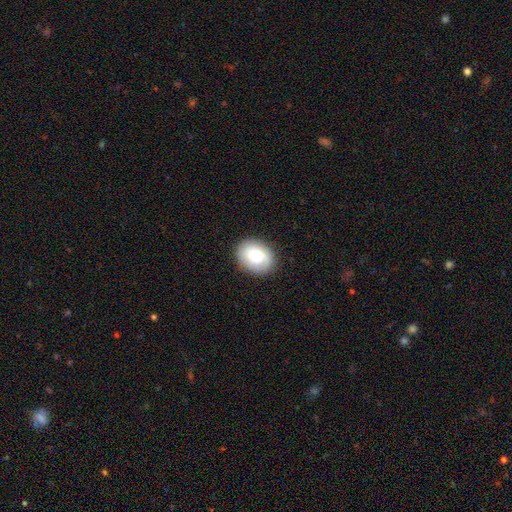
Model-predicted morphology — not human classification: This is likely a smooth galaxy (77%). How rounded: likely in between (62%). Merging: clearly none (85%).